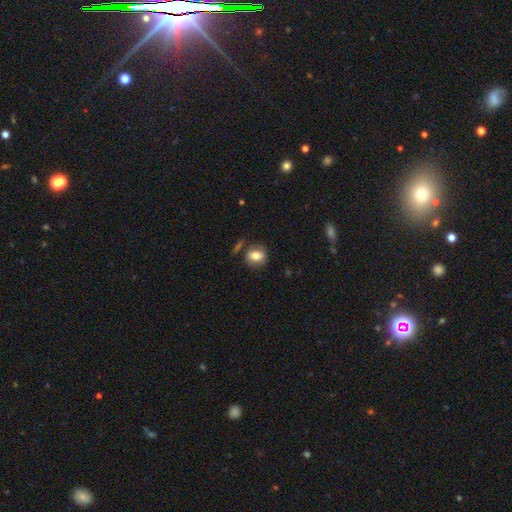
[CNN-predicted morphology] Q: Smooth or featured?
A: smooth (77%); runner-up: featured or disk (15%)
Q: How rounded?
A: round (54%); runner-up: in between (44%)
Q: Merging?
A: none (71%); runner-up: minor disturbance (15%)